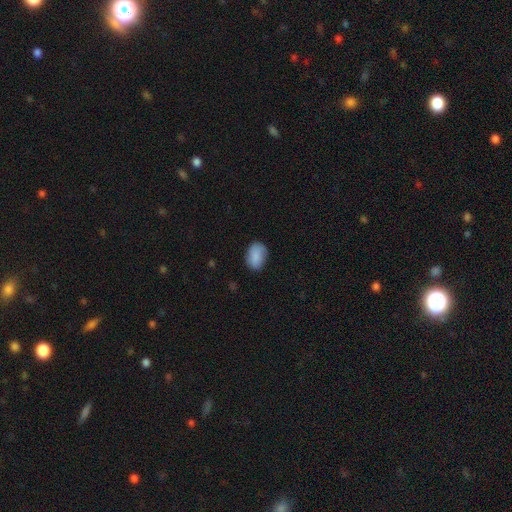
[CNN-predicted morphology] smooth_or_featured: smooth (p=0.87) [alt: star or artifact p=0.07]
how_rounded: in between (p=0.79) [alt: round p=0.20]
merging: none (p=0.79) [alt: minor disturbance p=0.16]